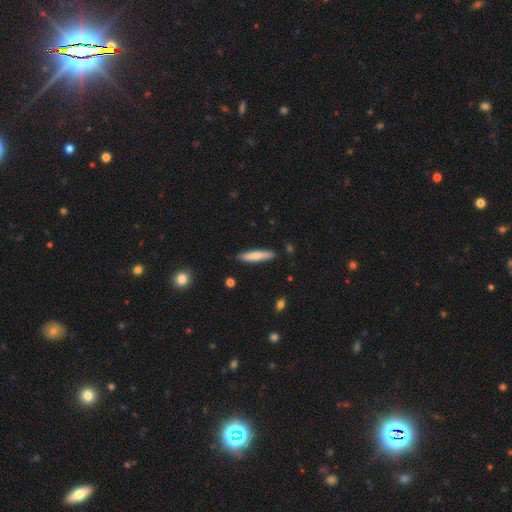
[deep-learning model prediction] smooth 76%, featured or disk 18%, star or artifact 6%. Down the decision tree: how rounded — cigar-shaped (87%); merging — none (88%).